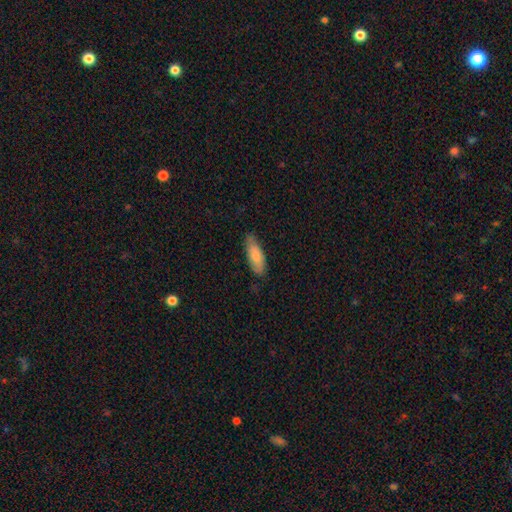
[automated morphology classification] This appears to be a smooth galaxy with no disk features (78%) that is in between round and cigar-shaped (68%). Merging: none (73%).